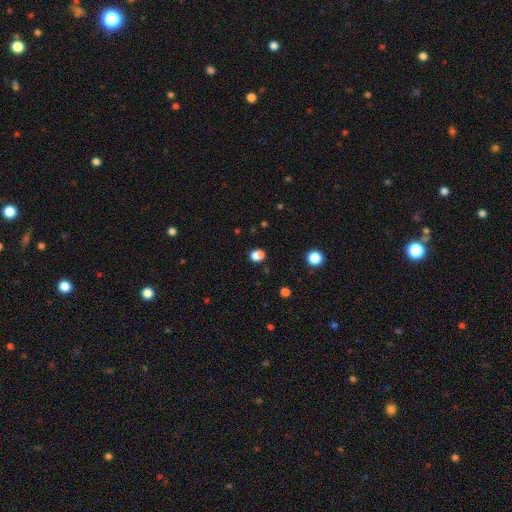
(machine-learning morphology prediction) type=smooth (83%); roundness=in between (60%); merging=none (79%).